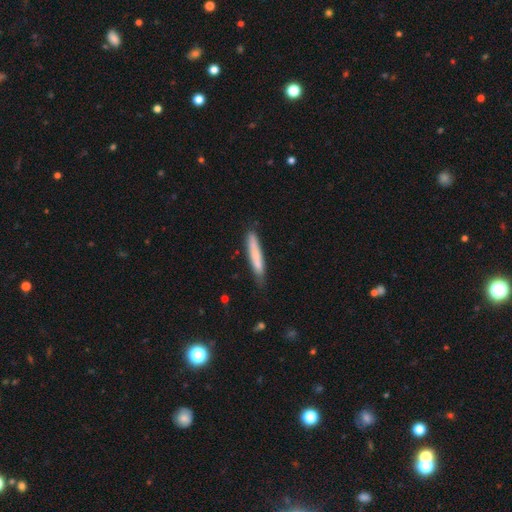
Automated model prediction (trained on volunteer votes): A smooth galaxy with no disk features (72%) that is cigar-shaped (93%). Merging: none (75%).